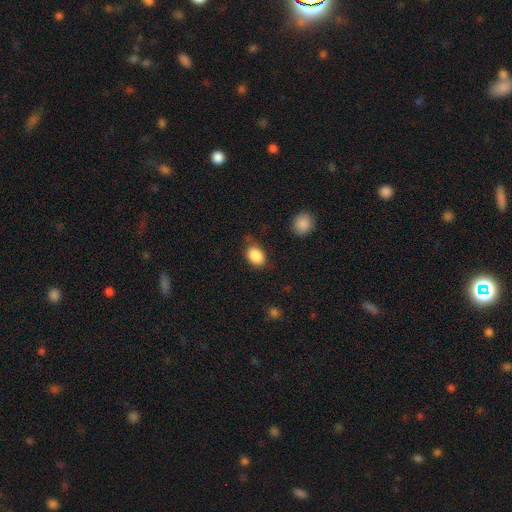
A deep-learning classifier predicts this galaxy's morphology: The model was most divided on "merging": none: 75%, minor disturbance: 18%, major disturbance: 4%, merger: 3%. More confident: smooth or featured — smooth (88%); how rounded — in between (79%).